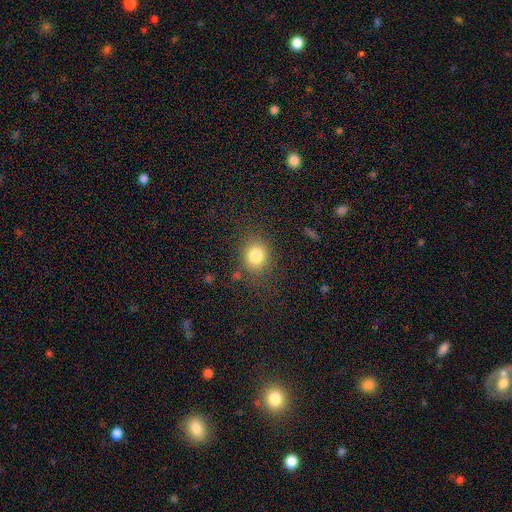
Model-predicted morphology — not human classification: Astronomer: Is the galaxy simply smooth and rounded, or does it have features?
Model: smooth — 81%.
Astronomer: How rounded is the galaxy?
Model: round — 66%.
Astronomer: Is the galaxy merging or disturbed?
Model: none — 80%.